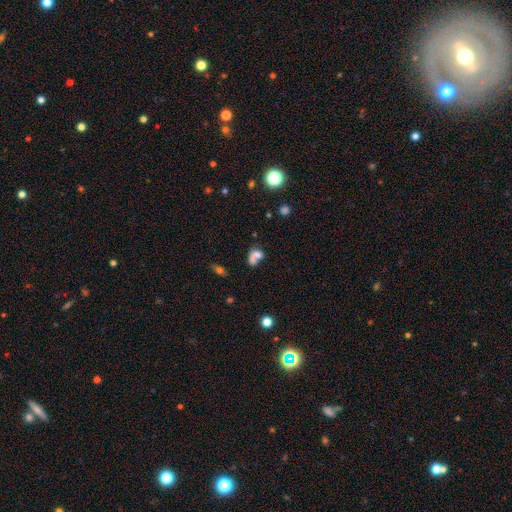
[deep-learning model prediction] A smooth galaxy with no disk features (63%) that is in between round and cigar-shaped (63%). Merging: merger (57%).